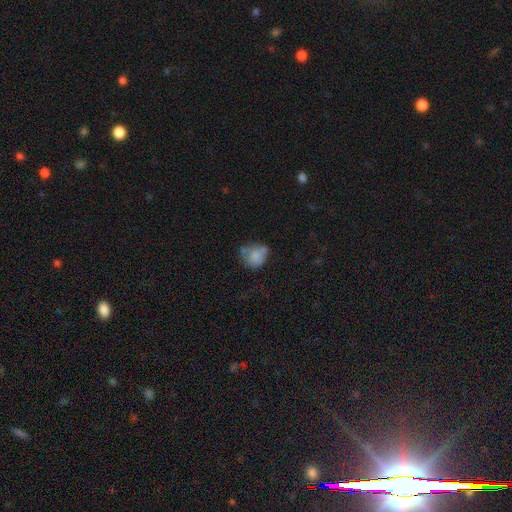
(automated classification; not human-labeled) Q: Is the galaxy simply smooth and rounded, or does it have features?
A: smooth — 75%.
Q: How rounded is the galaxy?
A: round — 70%.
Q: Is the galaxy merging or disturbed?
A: none — 44%.